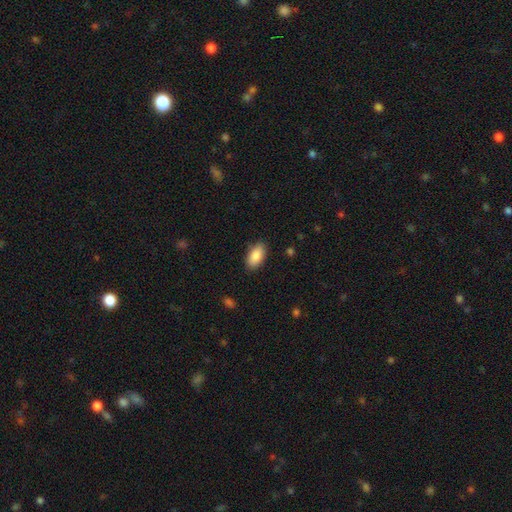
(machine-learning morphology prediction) This appears to be a smooth galaxy with no disk features (88%) that is in between round and cigar-shaped (94%). Merging: none (87%).